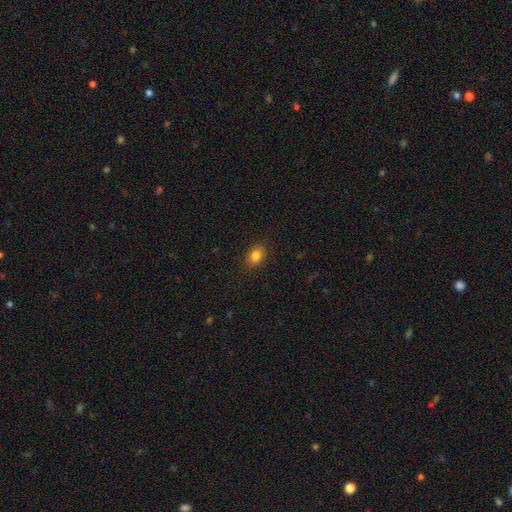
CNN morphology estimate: Smooth or featured? smooth (83%)
How rounded? in between (59%)
Merging? none (88%)